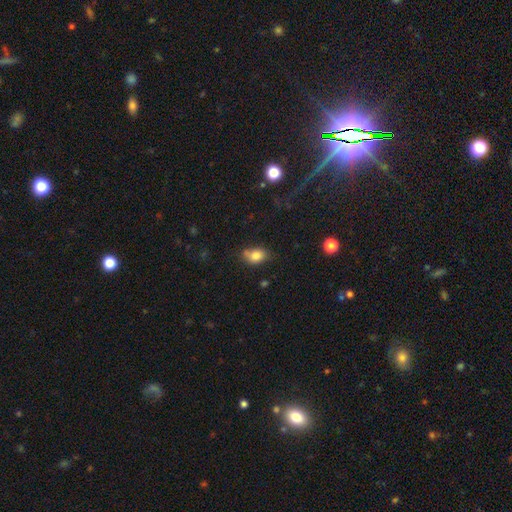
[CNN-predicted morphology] type=smooth (80%); roundness=in between (75%); merging=none (60%).